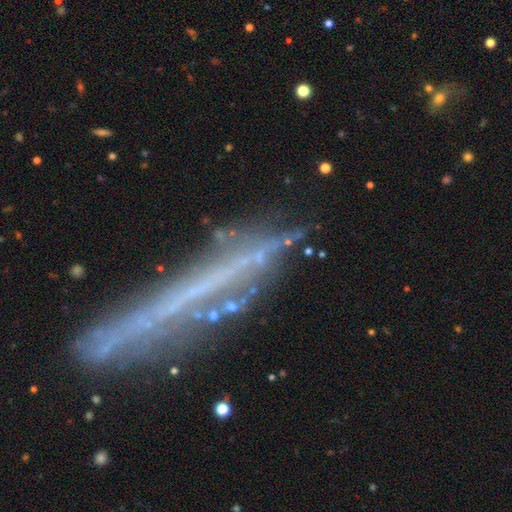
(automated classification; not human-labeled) A featured or disk galaxy (60%) viewed edge-on (74%).

Vote fractions:
- Smooth or featured? featured or disk: 60% / smooth: 21% / star or artifact: 18%
- Edge-on disk? yes: 74% / no: 26%
- Merging? none: 67% / minor disturbance: 18% / major disturbance: 10% / merger: 5%